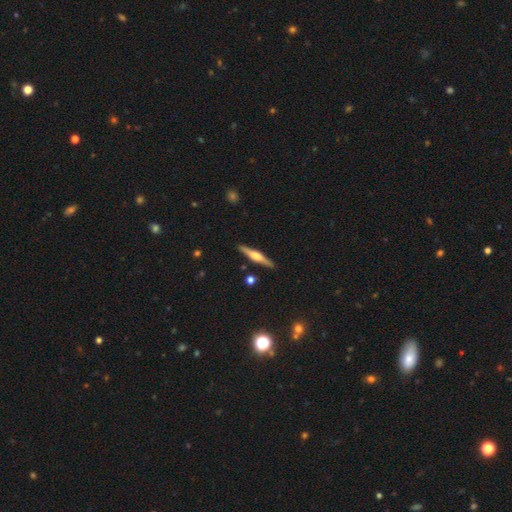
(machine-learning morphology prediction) Smooth or featured: featured or disk — 69% (smooth — 26%)
Edge-on disk: yes — 98% (no — 2%)
Edge-on bulge: rounded — 83% (boxy — 12%)
Merging: none — 90% (minor disturbance — 7%)